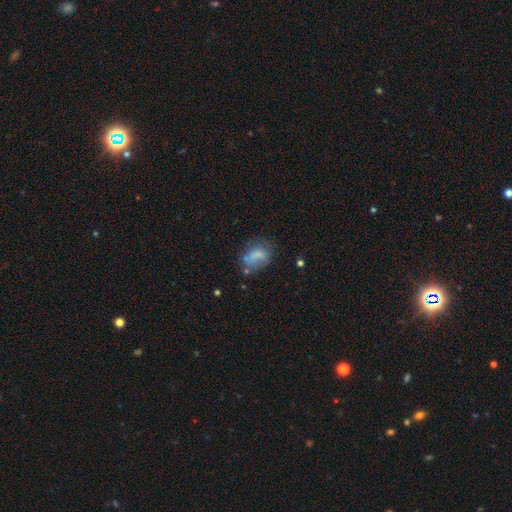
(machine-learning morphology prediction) Smooth or featured: smooth — 66% (featured or disk — 23%)
How rounded: in between — 71% (round — 27%)
Merging: none — 44% (minor disturbance — 26%)